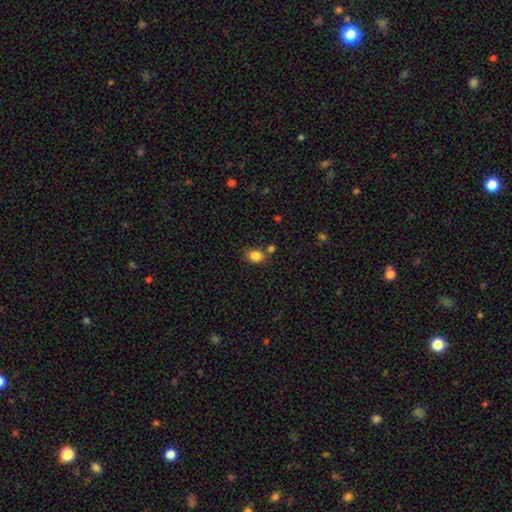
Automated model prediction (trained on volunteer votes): Smooth or featured?
  - smooth: 84% *
  - star or artifact: 10%
  - featured or disk: 5%
How rounded?
  - in between: 62% *
  - round: 37%
  - cigar-shaped: 1%
Merging?
  - none: 68% *
  - merger: 15%
  - minor disturbance: 13%
  - major disturbance: 4%